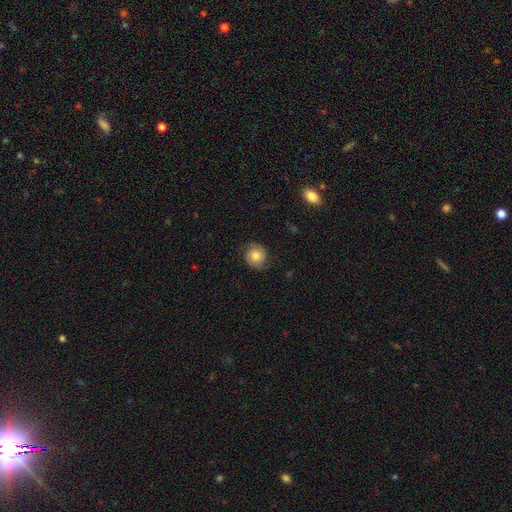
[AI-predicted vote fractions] Smooth or featured? Predicted: smooth (p=0.47). Merging? Predicted: none (p=0.77).